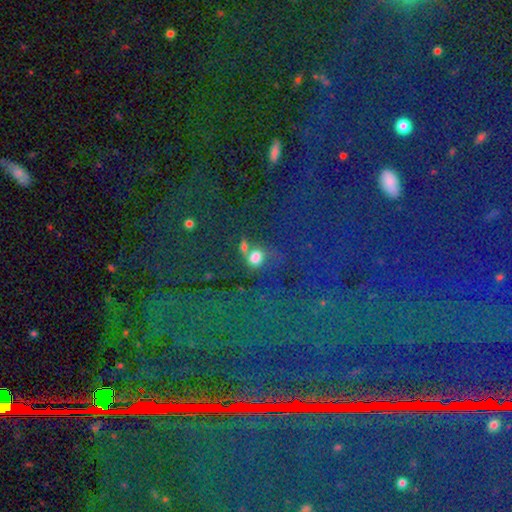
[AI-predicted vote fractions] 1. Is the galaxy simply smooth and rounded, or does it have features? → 59% smooth, 26% star or artifact, 15% featured or disk.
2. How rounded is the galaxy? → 59% round, 36% in between, 5% cigar-shaped.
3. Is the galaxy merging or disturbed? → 41% none, 32% merger, 14% minor disturbance, 12% major disturbance.